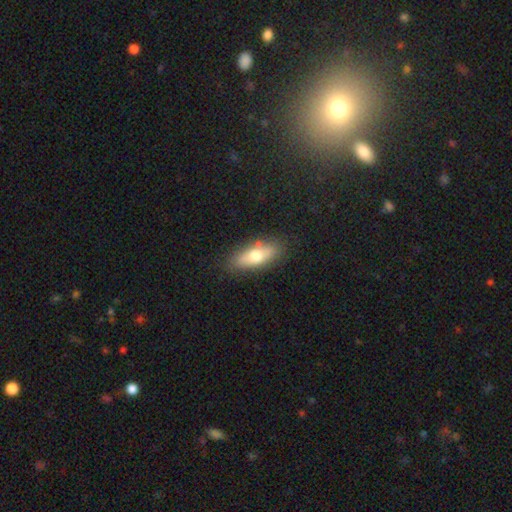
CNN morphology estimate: The model was most divided on "smooth or featured": smooth: 66%, featured or disk: 27%, star or artifact: 7%. More confident: merging — none (81%); how rounded — in between (73%).